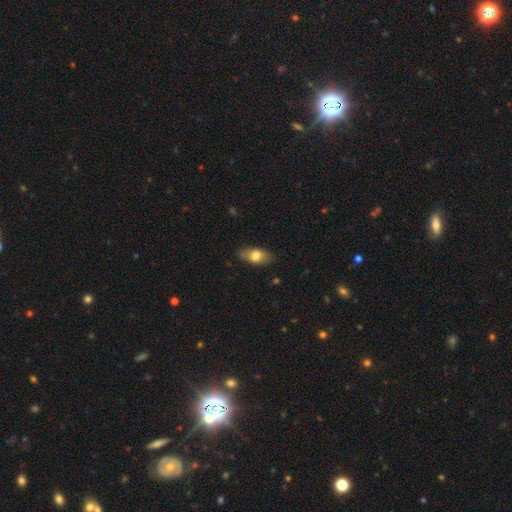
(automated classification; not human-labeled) The model was most divided on "smooth or featured": smooth: 74%, featured or disk: 19%, star or artifact: 7%. More confident: how rounded — in between (88%); merging — none (84%).